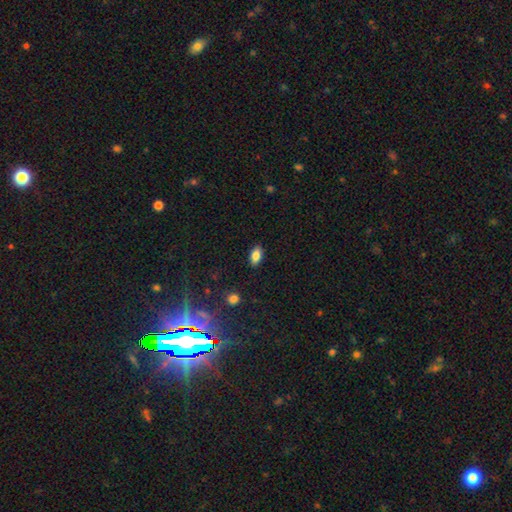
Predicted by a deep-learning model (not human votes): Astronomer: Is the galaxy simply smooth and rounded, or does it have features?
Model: smooth — 83%.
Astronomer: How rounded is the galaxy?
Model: in between — 90%.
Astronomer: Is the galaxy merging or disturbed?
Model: none — 88%.